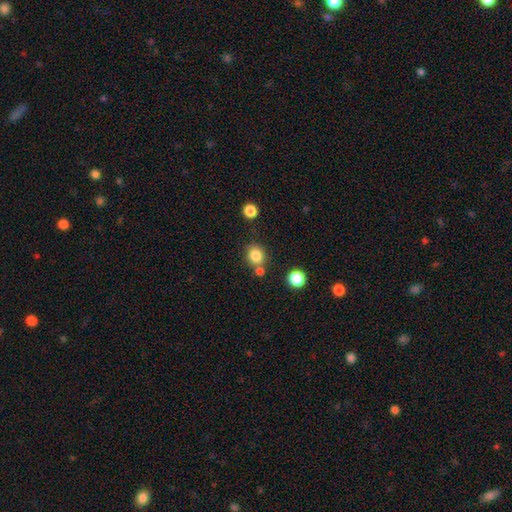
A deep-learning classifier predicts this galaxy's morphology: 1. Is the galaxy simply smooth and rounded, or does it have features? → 83% smooth, 11% star or artifact, 6% featured or disk.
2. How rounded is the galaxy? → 77% round, 22% in between, 1% cigar-shaped.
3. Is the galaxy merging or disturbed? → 67% none, 19% merger, 11% minor disturbance, 3% major disturbance.